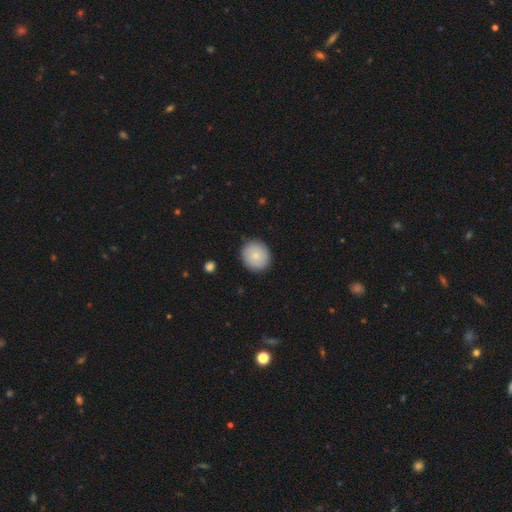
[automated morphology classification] The model was most divided on "smooth or featured": smooth: 77%, featured or disk: 16%, star or artifact: 7%. More confident: merging — none (88%); how rounded — round (81%).